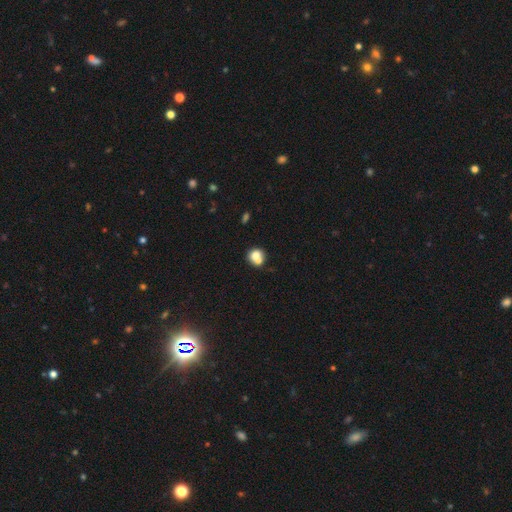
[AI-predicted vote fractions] A smooth galaxy with no disk features (74%) that is round (80%). Merging: none (44%).